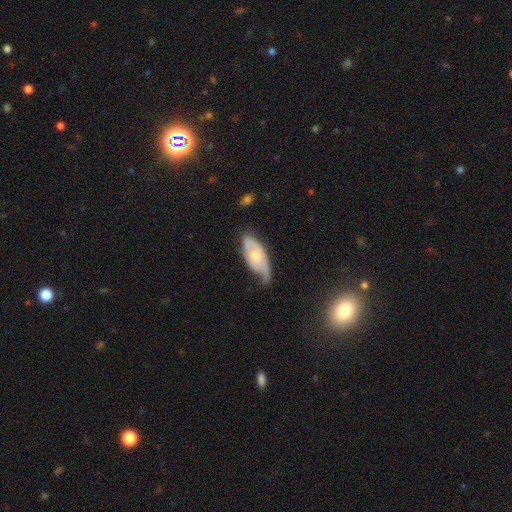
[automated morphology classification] The model was most divided on "merging": minor disturbance: 40%, none: 38%, major disturbance: 18%, merger: 3%. More confident: edge-on disk — no (86%); smooth or featured — featured or disk (52%).